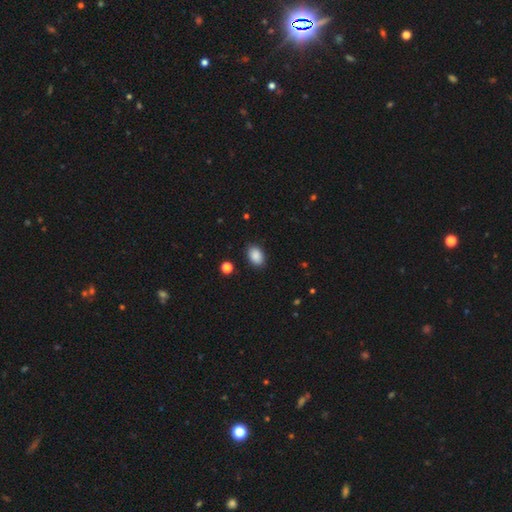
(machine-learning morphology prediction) A smooth galaxy with no disk features (88%) that is in between round and cigar-shaped (87%). Merging: none (88%).